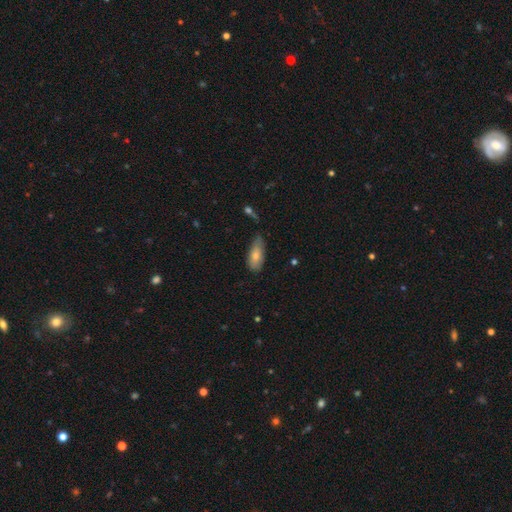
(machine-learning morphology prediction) type=smooth (74%); roundness=in between (83%); merging=none (50%).